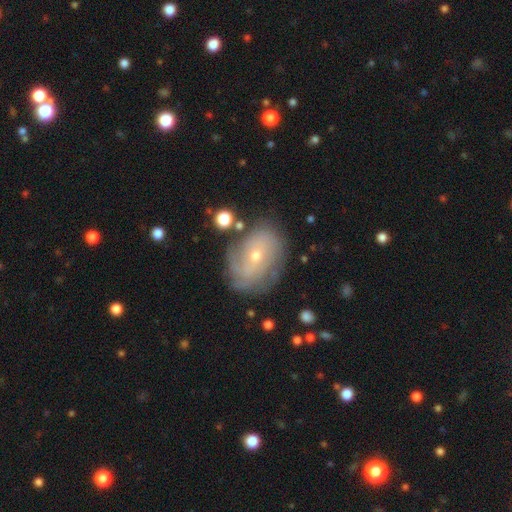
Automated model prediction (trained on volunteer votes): featured or disk 69%, smooth 22%, star or artifact 9%. Down the decision tree: edge-on disk — no (95%); bar — no (67%); spiral arms — yes (79%); spiral arm count — can't tell (48%); spiral winding — tight (57%); bulge size — small (68%); merging — none (70%).